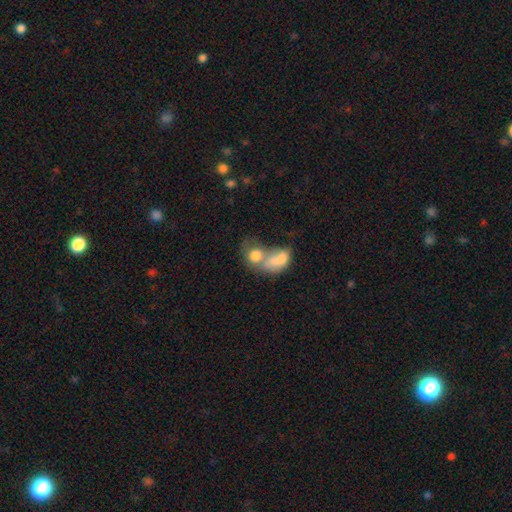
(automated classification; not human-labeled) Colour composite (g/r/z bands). It shows a smooth galaxy with no disk features (54%) that is in between round and cigar-shaped (65%). Merging: merger (63%).